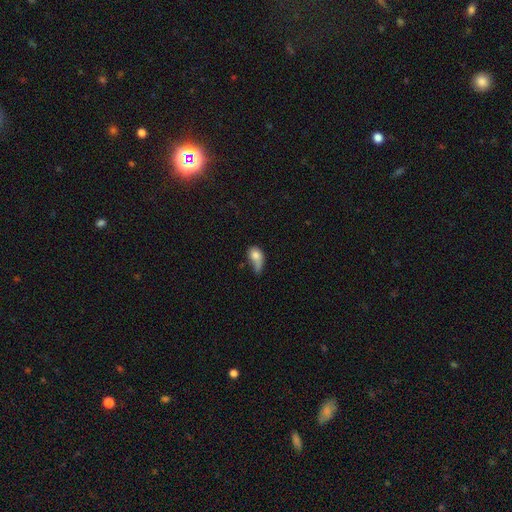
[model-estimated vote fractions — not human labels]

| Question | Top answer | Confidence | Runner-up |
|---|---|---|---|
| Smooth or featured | smooth | 73% | featured or disk (18%) |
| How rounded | in between | 75% | round (20%) |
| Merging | major disturbance | 35% | minor disturbance (29%) |